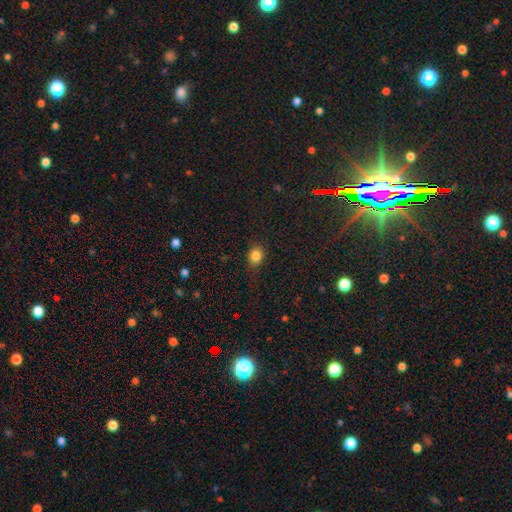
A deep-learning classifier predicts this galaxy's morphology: smooth_or_featured: smooth (p=0.83) [alt: star or artifact p=0.12]
how_rounded: round (p=0.58) [alt: in between p=0.41]
merging: none (p=0.81) [alt: minor disturbance p=0.14]